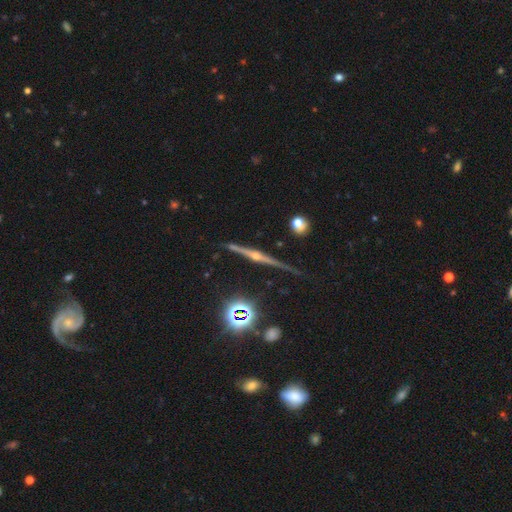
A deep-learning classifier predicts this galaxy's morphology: The model was most divided on "smooth or featured": featured or disk: 83%, star or artifact: 10%, smooth: 7%. More confident: edge-on disk — yes (98%); edge-on bulge — rounded (92%); merging — none (88%).